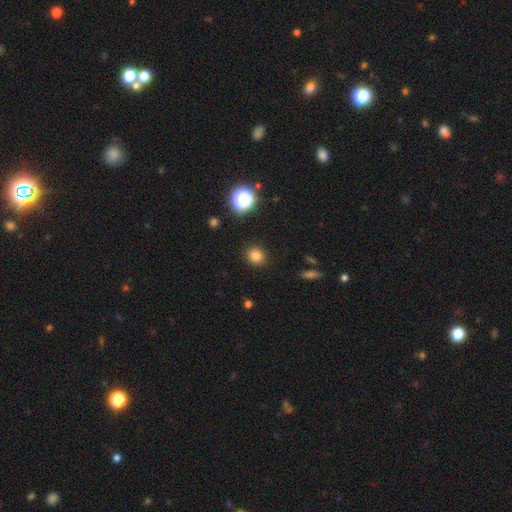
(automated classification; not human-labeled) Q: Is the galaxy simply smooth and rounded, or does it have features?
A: smooth — 80%.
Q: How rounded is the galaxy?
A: round — 81%.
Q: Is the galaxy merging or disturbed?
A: none — 90%.